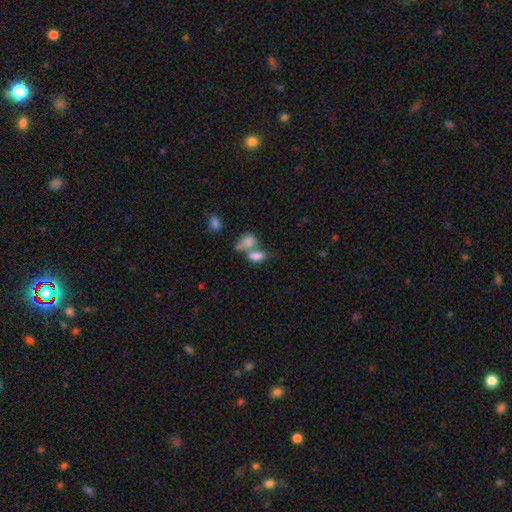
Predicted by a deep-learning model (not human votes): smooth 80%, featured or disk 11%, star or artifact 9%. Down the decision tree: how rounded — in between (84%); merging — merger (57%).